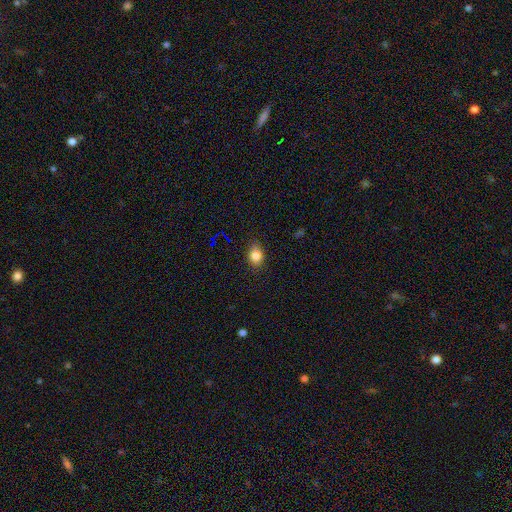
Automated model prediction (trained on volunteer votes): Q: Smooth or featured?
A: smooth (82%); runner-up: star or artifact (11%)
Q: How rounded?
A: in between (59%); runner-up: round (40%)
Q: Merging?
A: none (80%); runner-up: minor disturbance (16%)